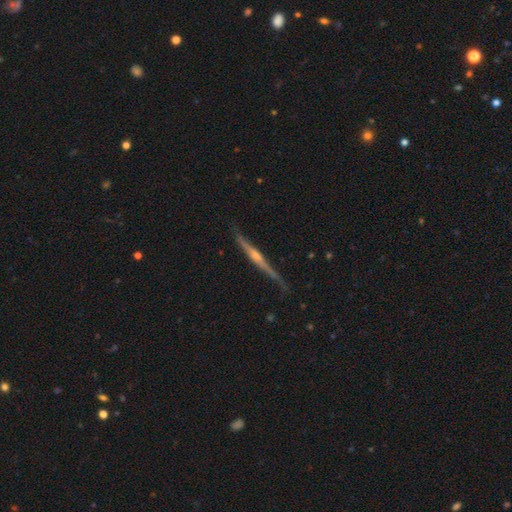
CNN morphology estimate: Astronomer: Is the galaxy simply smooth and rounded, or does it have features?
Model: featured or disk — 82%.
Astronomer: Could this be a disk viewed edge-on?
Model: yes — 98%.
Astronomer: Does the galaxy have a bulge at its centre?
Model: rounded — 80%.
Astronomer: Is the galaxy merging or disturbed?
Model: none — 83%.